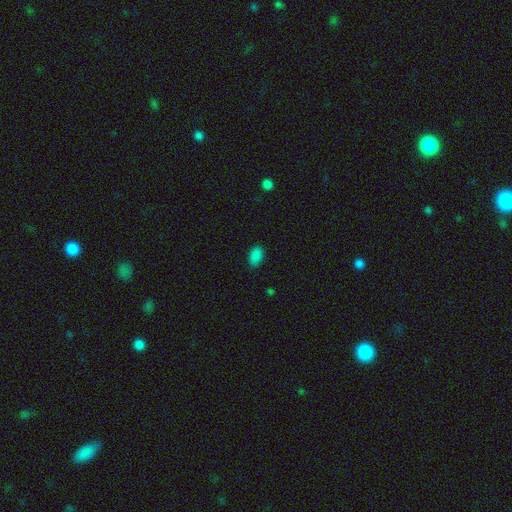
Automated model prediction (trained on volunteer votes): smooth 86%, star or artifact 11%, featured or disk 3%. Down the decision tree: how rounded — in between (92%); merging — none (85%).